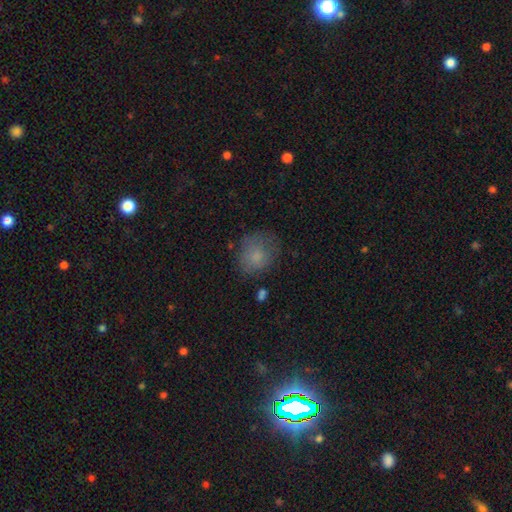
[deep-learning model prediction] Overall: smooth (77%). How rounded: round (68%; in between 31%). Merging: none (60%; minor disturbance 25%).